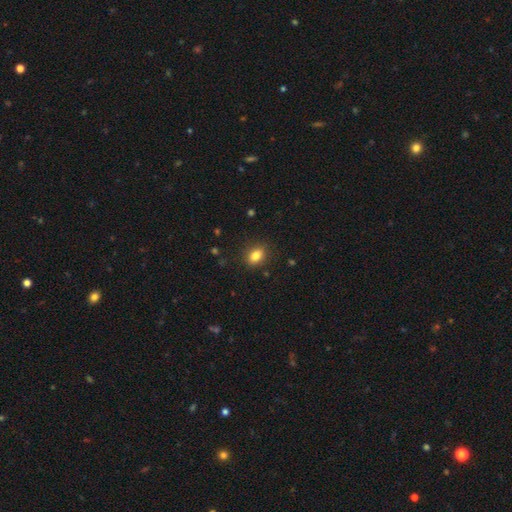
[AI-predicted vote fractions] smooth-or-featured: smooth: 84% | star or artifact: 10% | featured or disk: 7%
  how-rounded: in between: 73% | round: 25% | cigar-shaped: 2%
  merging: none: 86% | minor disturbance: 10% | major disturbance: 3% | merger: 1%